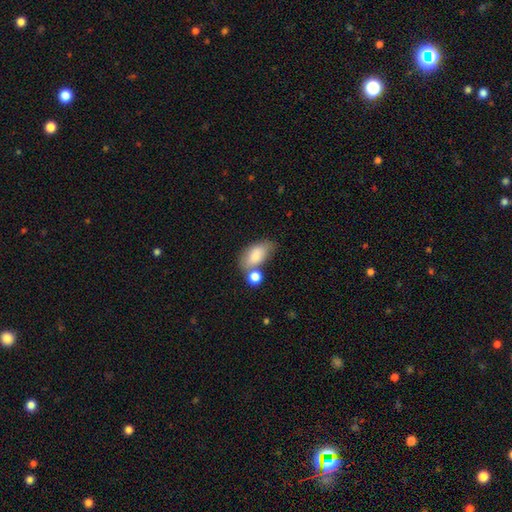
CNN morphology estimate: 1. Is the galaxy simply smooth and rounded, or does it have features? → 79% smooth, 14% featured or disk, 7% star or artifact.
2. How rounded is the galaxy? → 90% in between, 6% round, 4% cigar-shaped.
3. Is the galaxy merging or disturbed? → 49% none, 26% merger, 18% minor disturbance, 7% major disturbance.